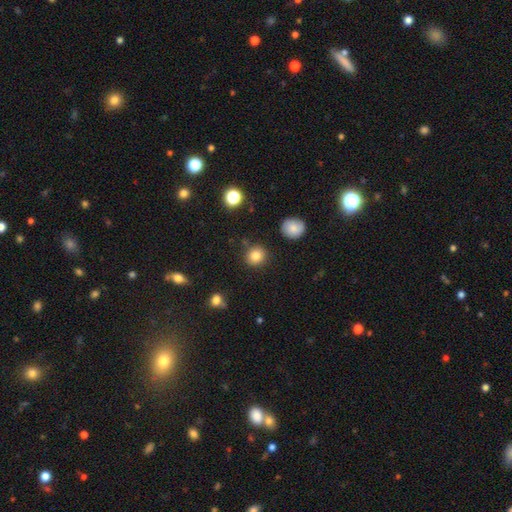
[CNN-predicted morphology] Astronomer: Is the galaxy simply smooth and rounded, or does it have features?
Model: smooth — 83%.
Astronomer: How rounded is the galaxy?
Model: round — 90%.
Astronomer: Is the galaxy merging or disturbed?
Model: none — 88%.